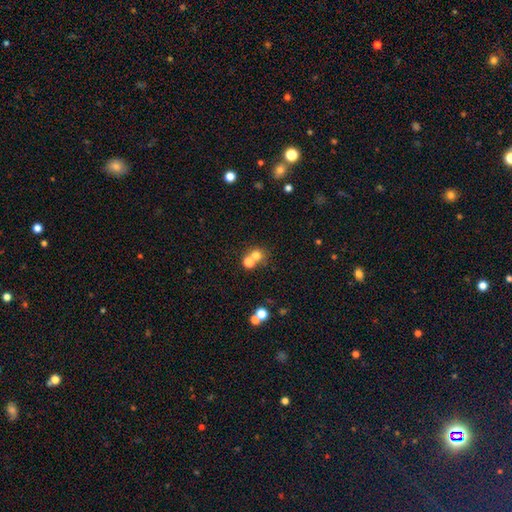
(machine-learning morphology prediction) type=smooth (70%); roundness=round (83%); merging=none (48%).